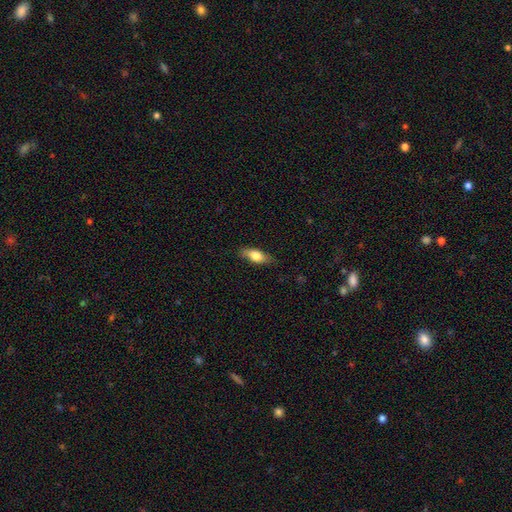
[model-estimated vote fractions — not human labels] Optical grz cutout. It shows a smooth galaxy with no disk features (72%) that is in between round and cigar-shaped (72%). Merging: none (79%).